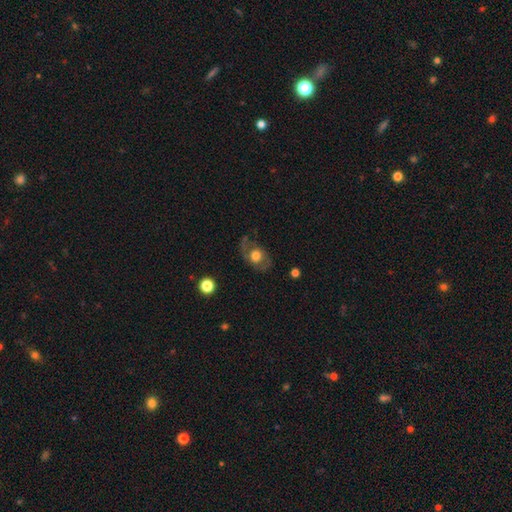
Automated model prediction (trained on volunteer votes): This is possibly a featured or disk galaxy (49%). Merging: likely none (65%).